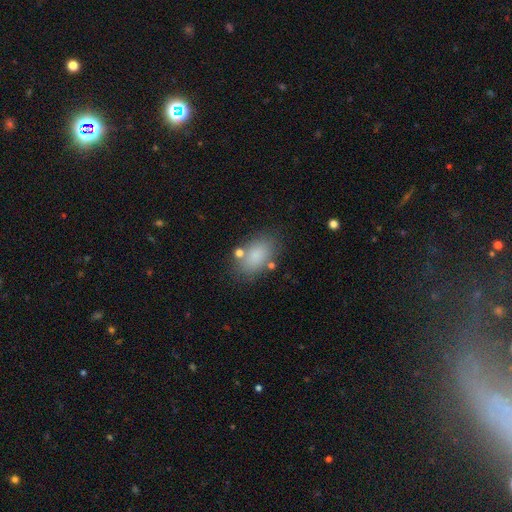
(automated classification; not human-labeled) Q: Smooth or featured?
A: smooth (82%); runner-up: featured or disk (9%)
Q: How rounded?
A: in between (90%); runner-up: round (9%)
Q: Merging?
A: none (75%); runner-up: minor disturbance (14%)